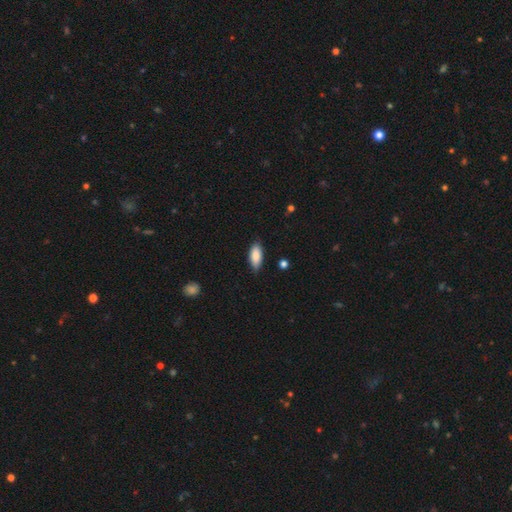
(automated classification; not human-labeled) This appears to be a smooth galaxy with no disk features (86%) that is in between round and cigar-shaped (84%). Merging: none (83%).